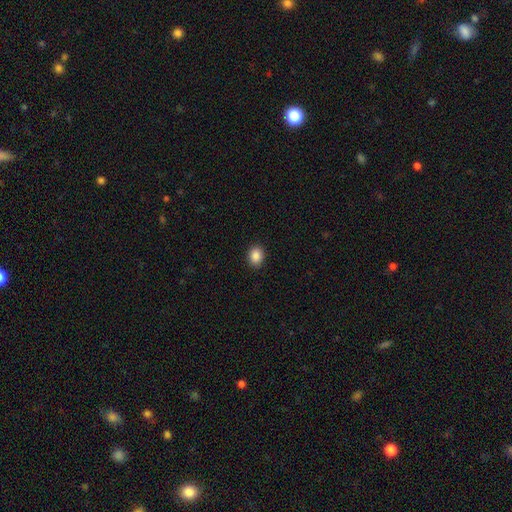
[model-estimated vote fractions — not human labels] smooth 88%, star or artifact 9%, featured or disk 3%. Down the decision tree: how rounded — round (52%); merging — none (91%).